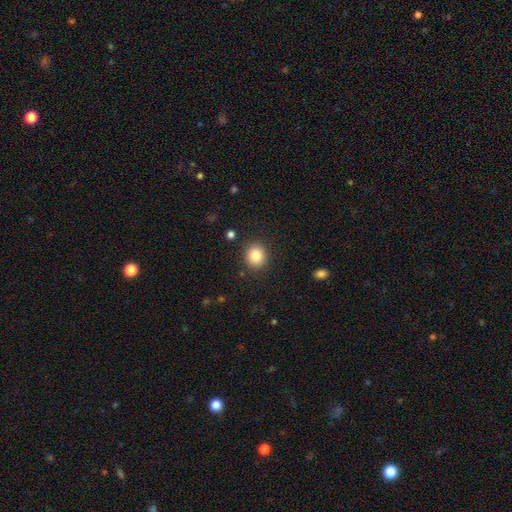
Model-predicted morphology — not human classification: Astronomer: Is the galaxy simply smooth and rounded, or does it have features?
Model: smooth — 84%.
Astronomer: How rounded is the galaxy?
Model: round — 78%.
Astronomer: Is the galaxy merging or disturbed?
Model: none — 89%.